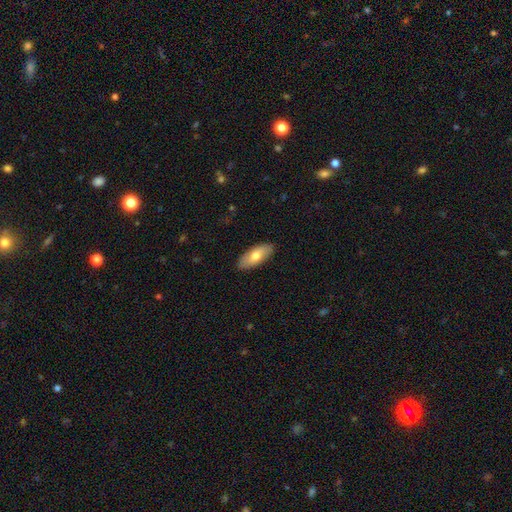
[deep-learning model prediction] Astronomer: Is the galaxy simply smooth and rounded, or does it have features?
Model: smooth — 70%.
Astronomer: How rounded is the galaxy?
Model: in between — 84%.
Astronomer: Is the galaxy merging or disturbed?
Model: none — 88%.